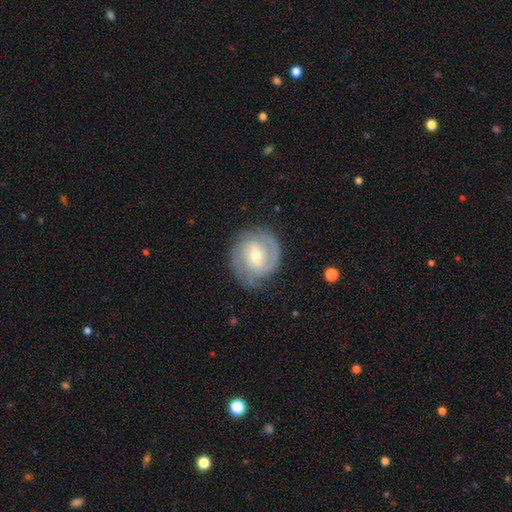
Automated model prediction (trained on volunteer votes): A featured or disk galaxy (80%) with a weak bar (52%), 2 (62%) tight (59%) spiral arms (92%) and a moderate central bulge (55%).

Vote fractions:
- Smooth or featured? featured or disk: 80% / smooth: 15% / star or artifact: 5%
- Edge-on disk? no: 98% / yes: 2%
- Bar? weak: 52% / no: 33% / strong: 15%
- Spiral arms? yes: 92% / no: 8%
- Spiral winding? tight: 59% / medium: 32% / loose: 8%
- Spiral arm count? 2: 62% / can't tell: 18% / 3: 10% / 1: 5% / 4: 3% / more than 4: 2%
- Bulge size? moderate: 55% / small: 41% / large: 2% / none: 1% / dominant: 1%
- Merging? none: 77% / minor disturbance: 16% / major disturbance: 6% / merger: 1%